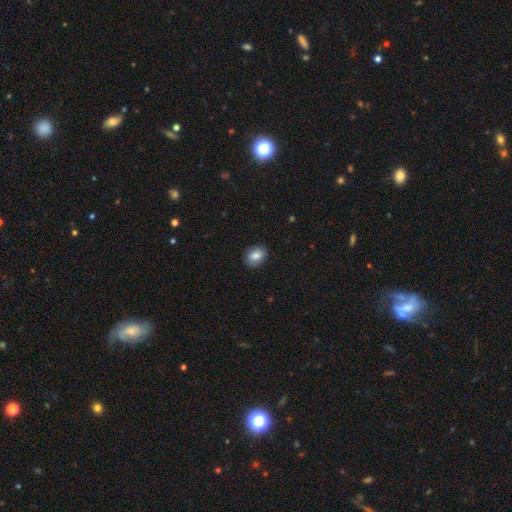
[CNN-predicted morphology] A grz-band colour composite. It shows a smooth galaxy with no disk features (85%) that is in between round and cigar-shaped (65%). Merging: none (87%).